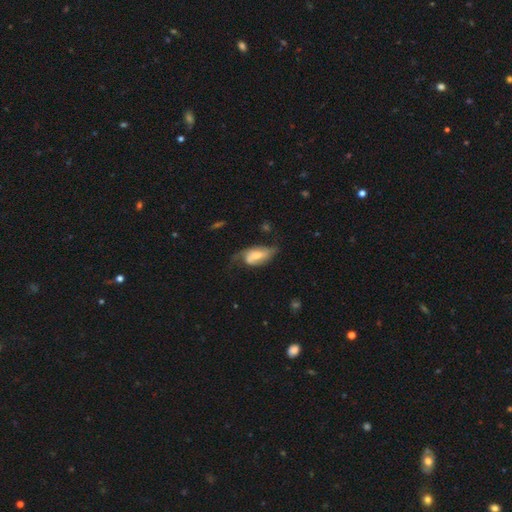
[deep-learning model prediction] This is possibly a featured or disk galaxy (56%). It is clearly not viewed edge-on (91%). Bar: marginally weak (41%). Spiral arm pattern: clearly yes (80%). Central bulge: possibly moderate (49%). Merging: marginally none (40%).